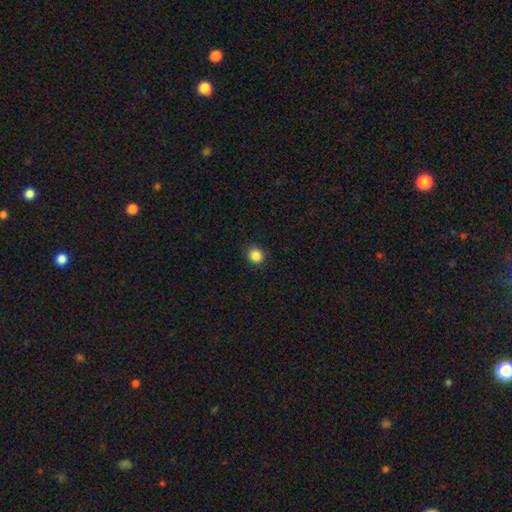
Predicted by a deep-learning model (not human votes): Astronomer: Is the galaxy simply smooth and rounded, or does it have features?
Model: smooth — 86%.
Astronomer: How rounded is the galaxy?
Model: round — 84%.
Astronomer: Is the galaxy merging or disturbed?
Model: none — 91%.